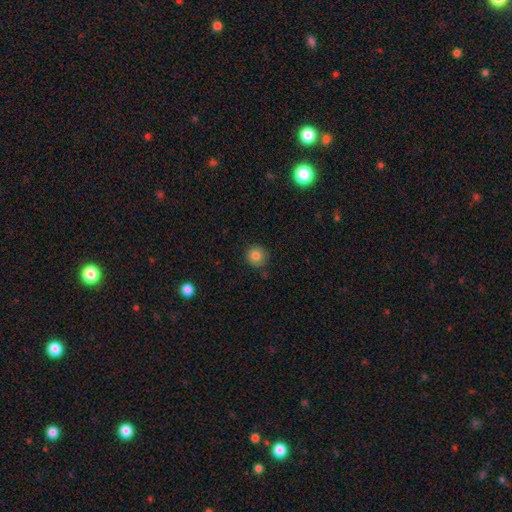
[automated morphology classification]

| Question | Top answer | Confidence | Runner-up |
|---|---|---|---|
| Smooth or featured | smooth | 82% | star or artifact (11%) |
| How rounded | round | 93% | in between (6%) |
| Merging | none | 85% | minor disturbance (11%) |